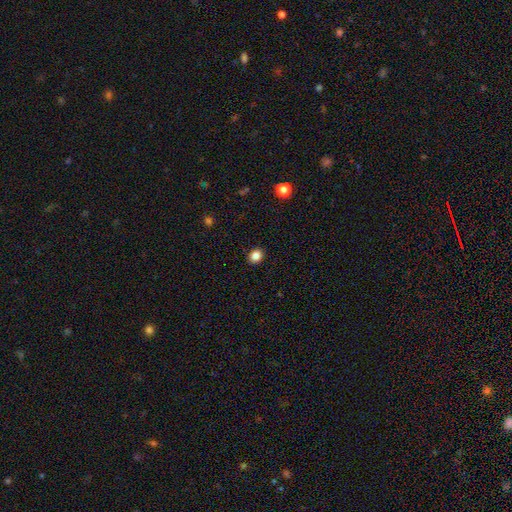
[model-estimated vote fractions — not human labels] smooth_or_featured: smooth (p=0.85) [alt: star or artifact p=0.11]
how_rounded: round (p=0.57) [alt: in between p=0.42]
merging: none (p=0.90) [alt: minor disturbance p=0.07]